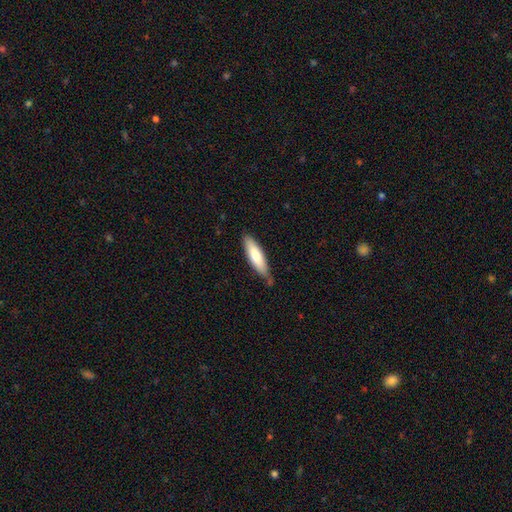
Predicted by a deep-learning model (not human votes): Morphology: type=smooth (74%); roundness=cigar-shaped (65%); merging=none (72%).